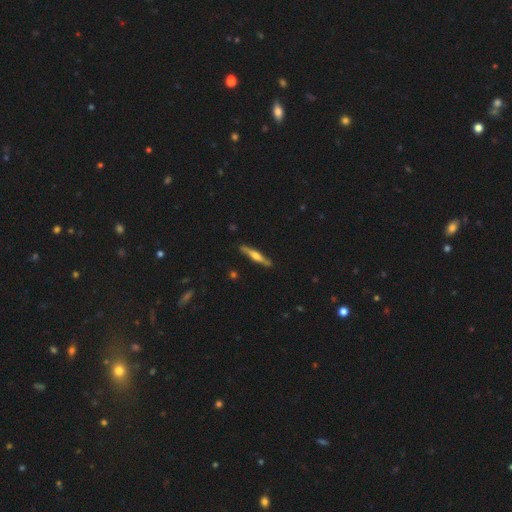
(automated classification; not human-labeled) Smooth or featured: featured or disk — 60% (smooth — 34%)
Edge-on disk: yes — 95% (no — 5%)
Edge-on bulge: rounded — 82% (boxy — 9%)
Merging: none — 87% (minor disturbance — 10%)